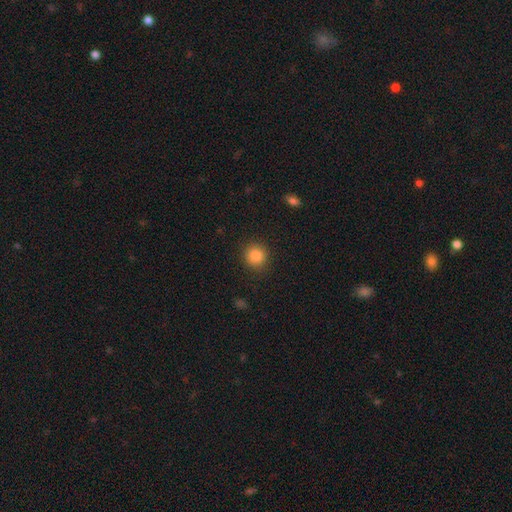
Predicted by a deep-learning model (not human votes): The model was most divided on "smooth or featured": smooth: 86%, star or artifact: 10%, featured or disk: 4%. More confident: how rounded — round (90%); merging — none (89%).